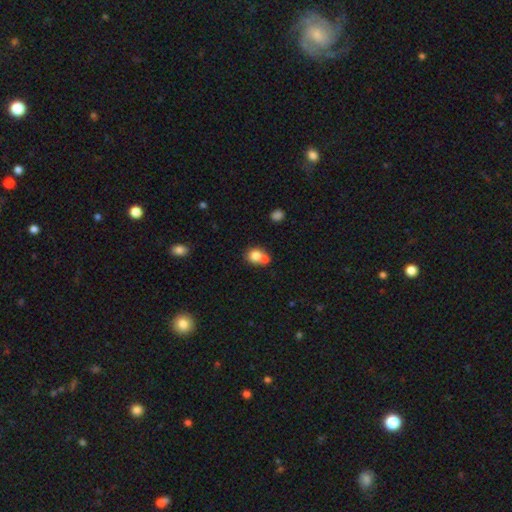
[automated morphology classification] Smooth or featured: smooth — 77% (featured or disk — 13%)
How rounded: round — 77% (in between — 23%)
Merging: merger — 49% (none — 41%)